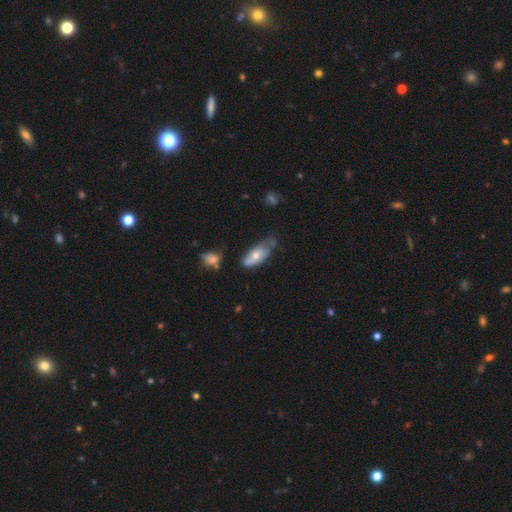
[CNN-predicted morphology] Smooth or featured? Predicted: smooth (p=0.57). How rounded? Predicted: in between (p=0.82). Merging? Predicted: none (p=0.41).